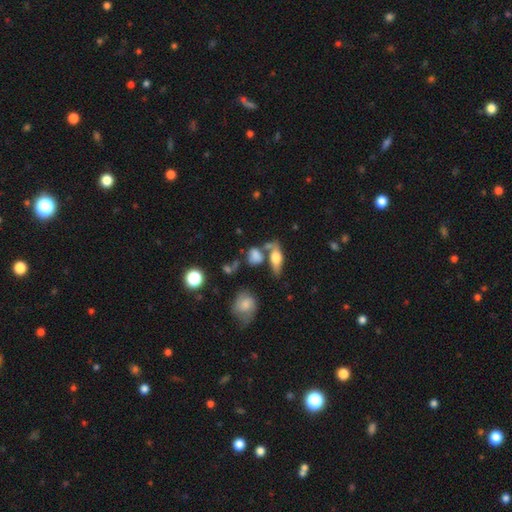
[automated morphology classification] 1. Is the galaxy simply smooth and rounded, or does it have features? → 64% smooth, 23% featured or disk, 12% star or artifact.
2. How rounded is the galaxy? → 61% in between, 28% round, 11% cigar-shaped.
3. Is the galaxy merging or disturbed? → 45% none, 30% merger, 16% minor disturbance, 9% major disturbance.